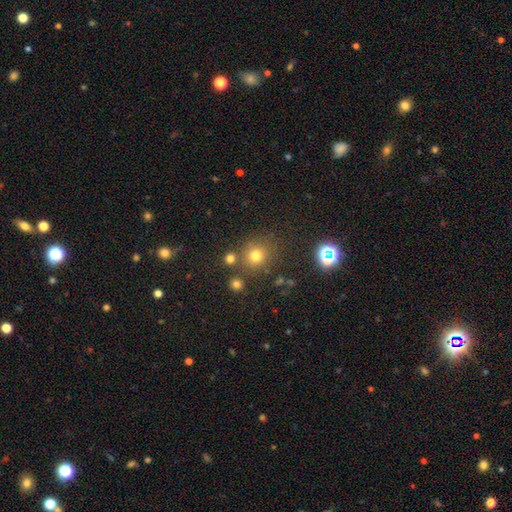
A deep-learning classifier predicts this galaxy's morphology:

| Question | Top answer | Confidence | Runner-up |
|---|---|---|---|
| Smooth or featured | smooth | 73% | star or artifact (20%) |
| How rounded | round | 89% | in between (10%) |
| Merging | none | 77% | minor disturbance (10%) |